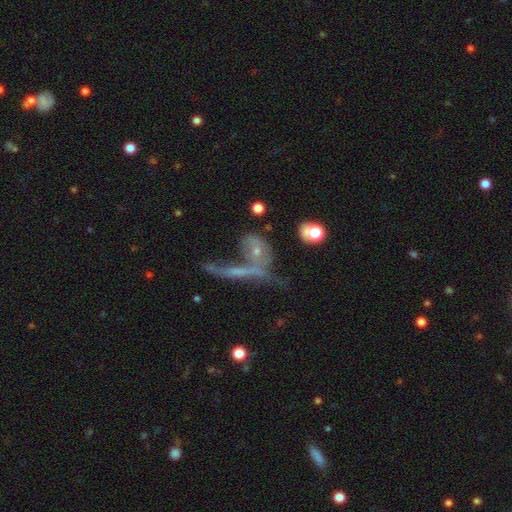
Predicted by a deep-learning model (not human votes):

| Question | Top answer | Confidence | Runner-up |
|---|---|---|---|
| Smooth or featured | featured or disk | 50% | smooth (33%) |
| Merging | merger | 38% | none (36%) |